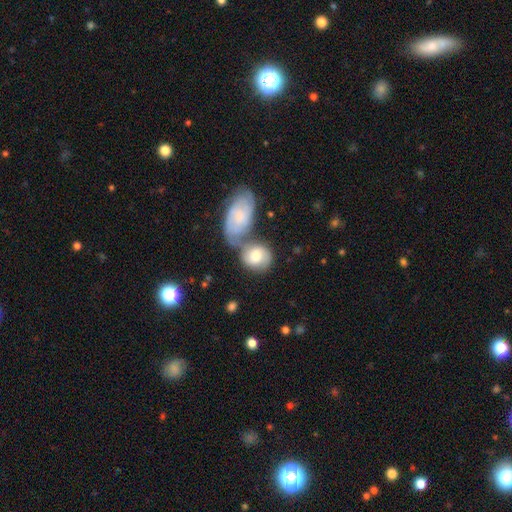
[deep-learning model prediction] Q: Smooth or featured?
A: smooth (53%); runner-up: featured or disk (41%)
Q: How rounded?
A: round (59%); runner-up: in between (39%)
Q: Merging?
A: merger (55%); runner-up: none (27%)